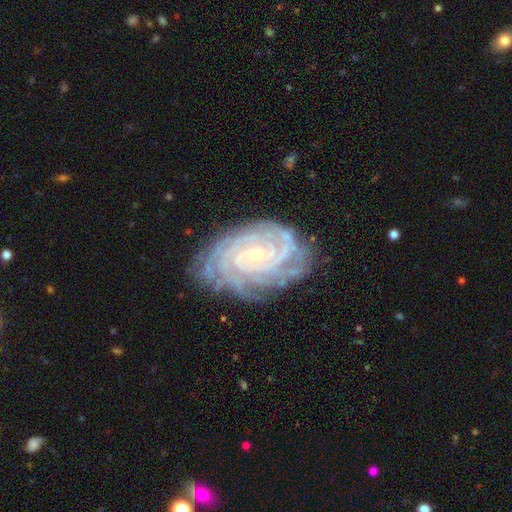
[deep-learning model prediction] smooth_or_featured: featured or disk (p=0.90) [alt: star or artifact p=0.06]
disk_edge_on: no (p=0.97) [alt: yes p=0.03]
bar: no (p=0.63) [alt: weak p=0.28]
has_spiral_arms: yes (p=0.98) [alt: no p=0.02]
spiral_winding: tight (p=0.84) [alt: medium p=0.13]
spiral_arm_count: 4 (p=0.24) [tied with: can't tell p=0.24]
bulge_size: small (p=0.71) [alt: moderate p=0.26]
merging: none (p=0.77) [alt: minor disturbance p=0.16]